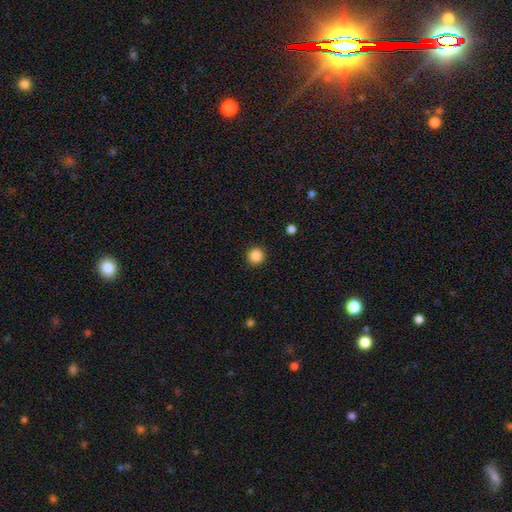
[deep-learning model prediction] smooth 87%, star or artifact 10%, featured or disk 3%. Down the decision tree: how rounded — round (95%); merging — none (92%).